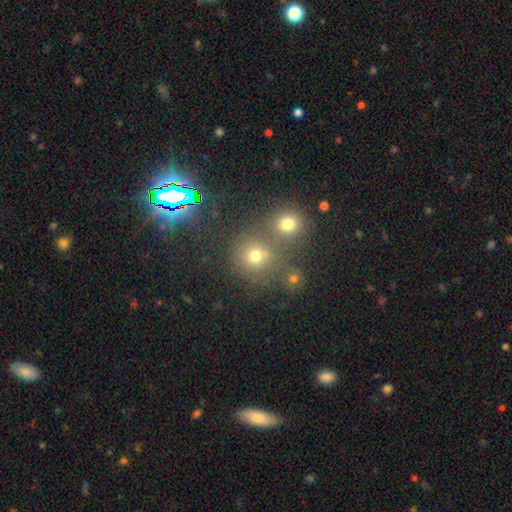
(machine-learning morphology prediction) A smooth galaxy with no disk features (68%) that is round (89%).

Vote fractions:
- Smooth or featured? smooth: 68% / star or artifact: 24% / featured or disk: 8%
- How rounded? round: 89% / in between: 10% / cigar-shaped: 1%
- Merging? none: 59% / merger: 30% / minor disturbance: 8% / major disturbance: 4%